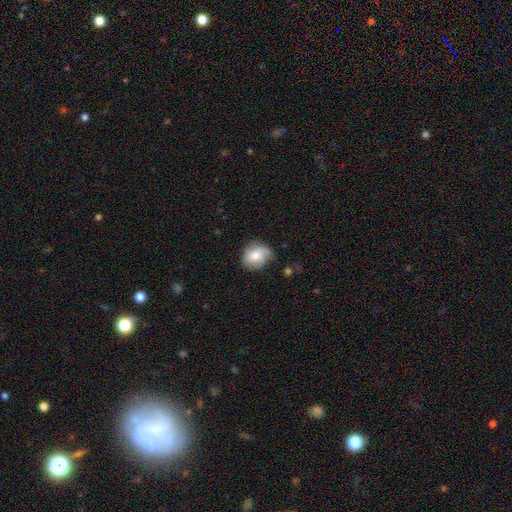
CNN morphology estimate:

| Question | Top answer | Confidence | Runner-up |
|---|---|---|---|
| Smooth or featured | smooth | 56% | featured or disk (36%) |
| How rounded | round | 60% | in between (39%) |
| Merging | none | 59% | minor disturbance (29%) |